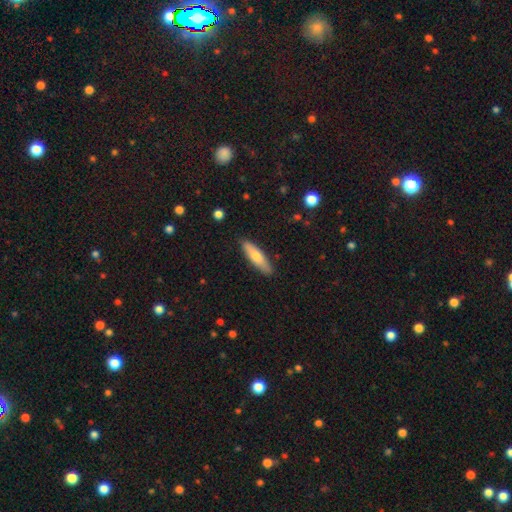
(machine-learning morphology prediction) Q: Smooth or featured?
A: smooth (66%); runner-up: featured or disk (28%)
Q: How rounded?
A: cigar-shaped (72%); runner-up: in between (27%)
Q: Merging?
A: none (88%); runner-up: minor disturbance (9%)